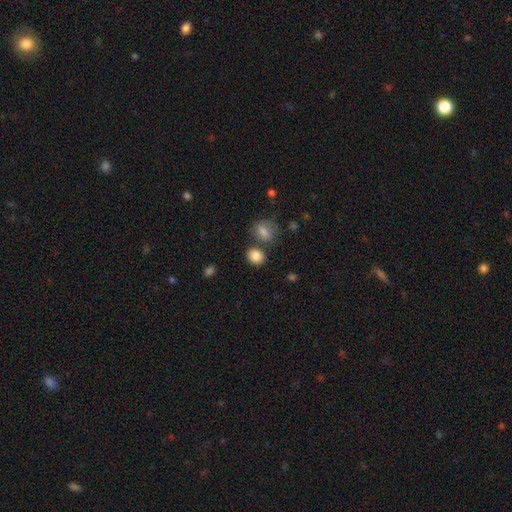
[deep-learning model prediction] smooth_or_featured: smooth (p=0.85) [alt: star or artifact p=0.09]
how_rounded: round (p=0.59) [alt: in between p=0.40]
merging: none (p=0.71) [alt: merger p=0.14]